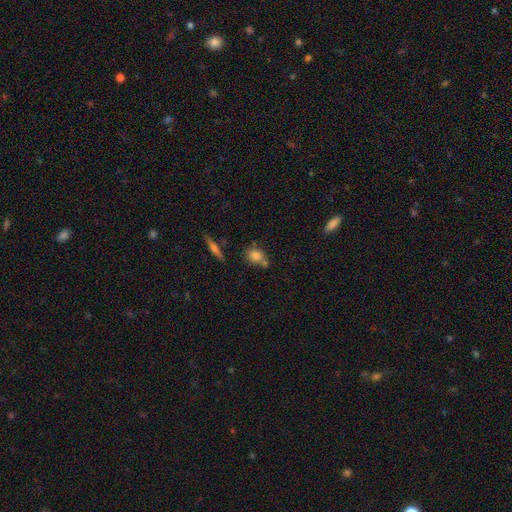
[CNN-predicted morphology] A smooth galaxy with no disk features (80%) that is in between round and cigar-shaped (49%).

Vote fractions:
- Smooth or featured? smooth: 80% / featured or disk: 10% / star or artifact: 10%
- How rounded? in between: 49% / round: 46% / cigar-shaped: 4%
- Merging? none: 59% / merger: 20% / minor disturbance: 17% / major disturbance: 5%